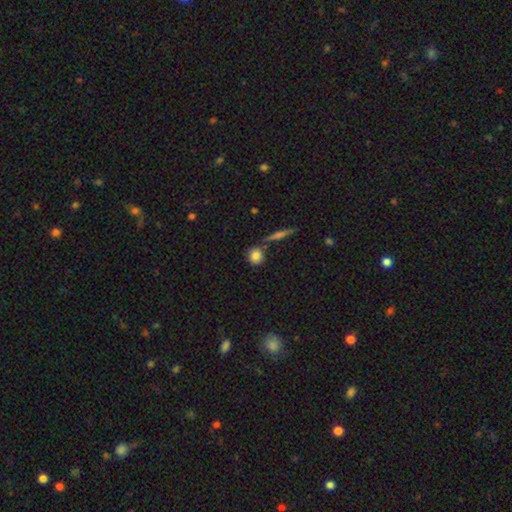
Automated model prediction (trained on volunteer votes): The model was most divided on "merging": none: 76%, minor disturbance: 11%, merger: 11%, major disturbance: 3%. More confident: smooth or featured — smooth (83%); how rounded — round (83%).